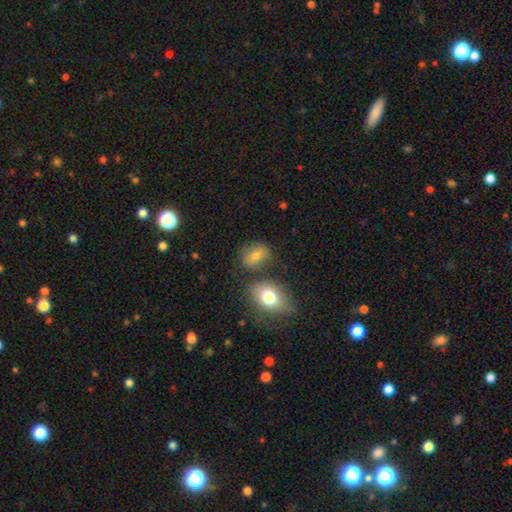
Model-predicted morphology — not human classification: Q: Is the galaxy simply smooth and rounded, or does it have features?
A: smooth — 75%.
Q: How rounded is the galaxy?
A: in between — 63%.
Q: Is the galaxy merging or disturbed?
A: none — 60%.